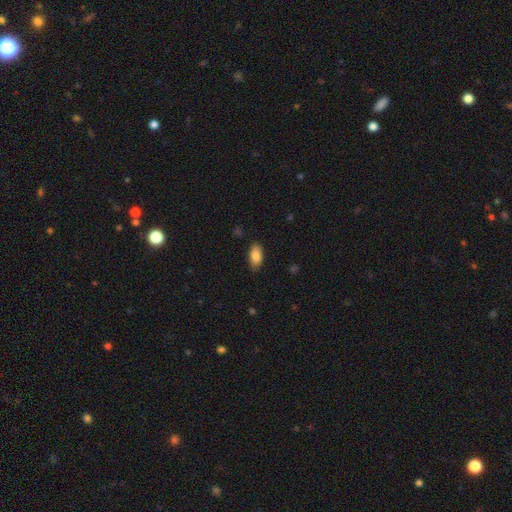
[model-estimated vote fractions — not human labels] A smooth galaxy with no disk features (86%) that is in between round and cigar-shaped (91%). Merging: none (82%).